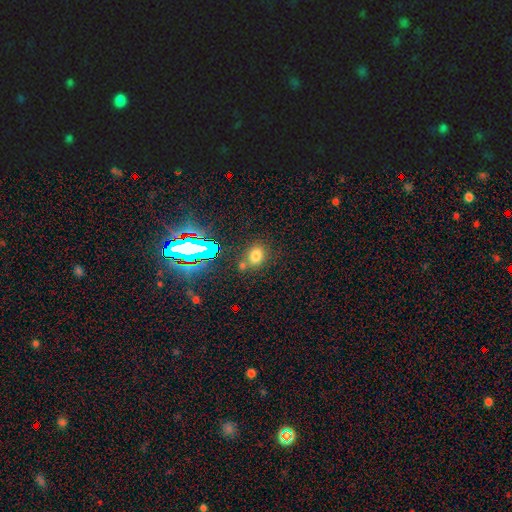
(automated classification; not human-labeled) Q: Smooth or featured?
A: smooth (70%); runner-up: star or artifact (22%)
Q: How rounded?
A: in between (54%); runner-up: round (45%)
Q: Merging?
A: none (68%); runner-up: merger (15%)